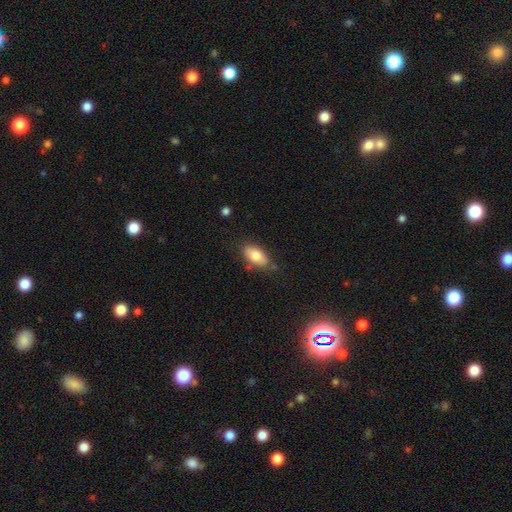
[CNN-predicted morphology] This appears to be a smooth galaxy with no disk features (78%) that is in between round and cigar-shaped (91%). Merging: none (75%).